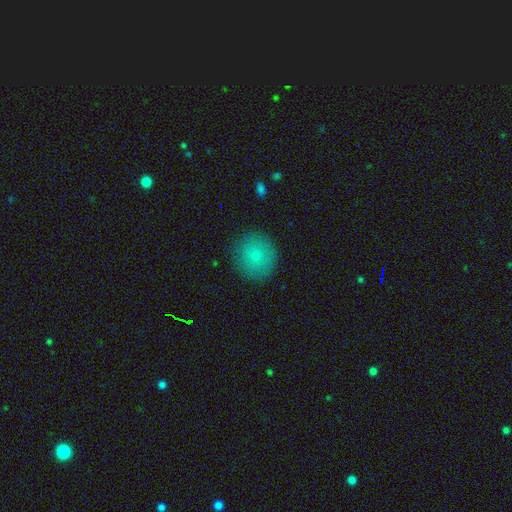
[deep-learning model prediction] A smooth galaxy with no disk features (81%) that is round (90%). Merging: none (88%).